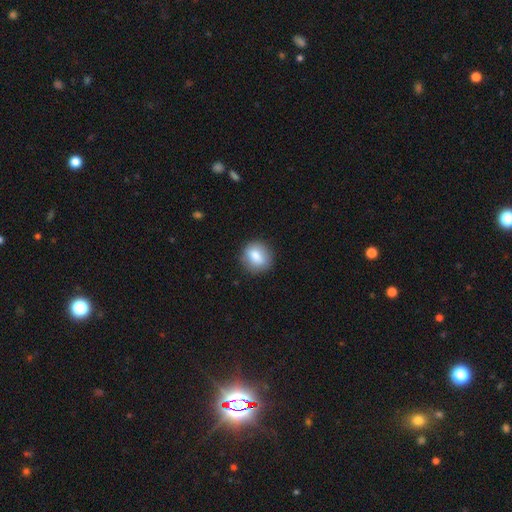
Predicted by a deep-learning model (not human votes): Overall: smooth (80%). How rounded: round (75%). Merging: none (85%).